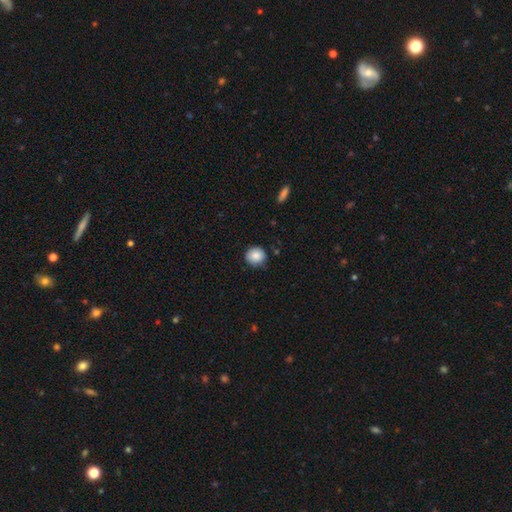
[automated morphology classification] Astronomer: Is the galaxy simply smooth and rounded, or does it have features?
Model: smooth — 84%.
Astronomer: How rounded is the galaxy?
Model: round — 88%.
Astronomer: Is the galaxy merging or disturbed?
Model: none — 81%.